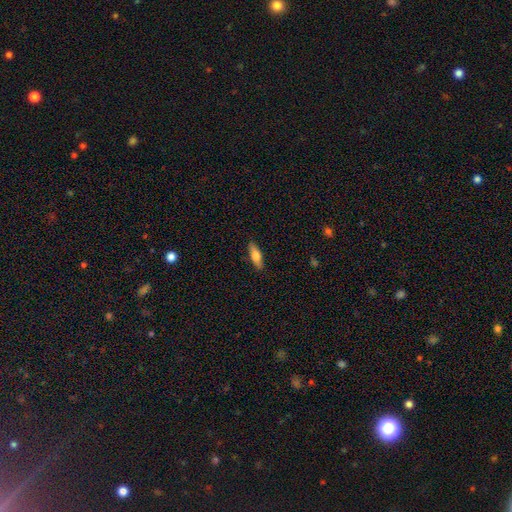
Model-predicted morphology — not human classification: The model was most divided on "how rounded": in between: 52%, cigar-shaped: 45%, round: 2%. More confident: merging — none (87%); smooth or featured — smooth (69%).